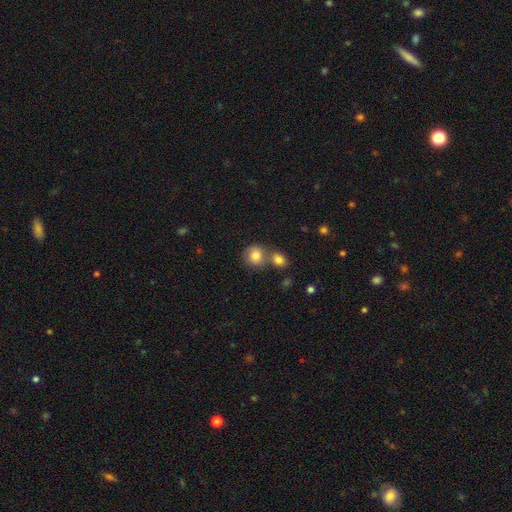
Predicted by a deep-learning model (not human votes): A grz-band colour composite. It shows a smooth galaxy with no disk features (81%) that is round (82%). Merging: none (49%).